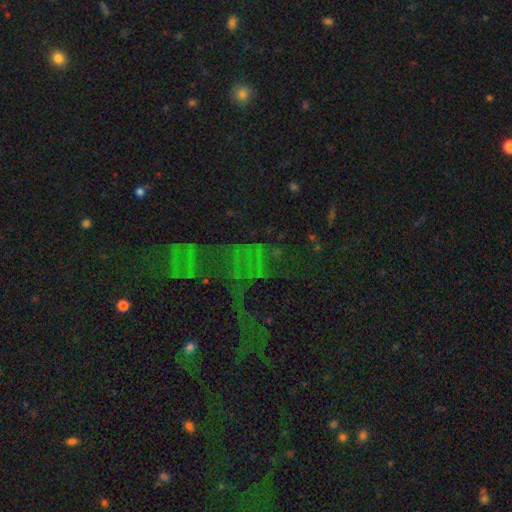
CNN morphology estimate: The model was most divided on "smooth or featured": star or artifact: 65%, smooth: 18%, featured or disk: 18%.